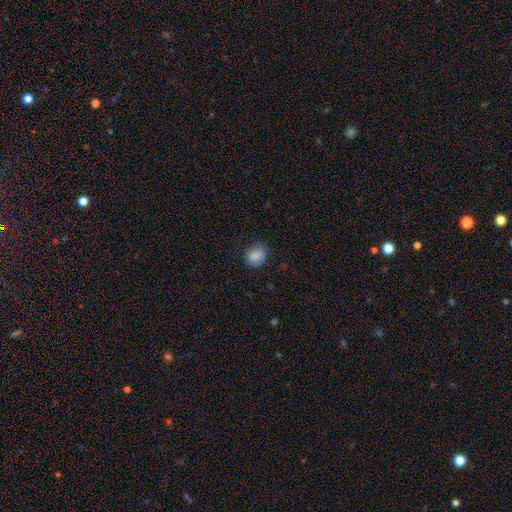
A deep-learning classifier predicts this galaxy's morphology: A smooth galaxy with no disk features (85%) that is round (62%). Merging: none (78%).